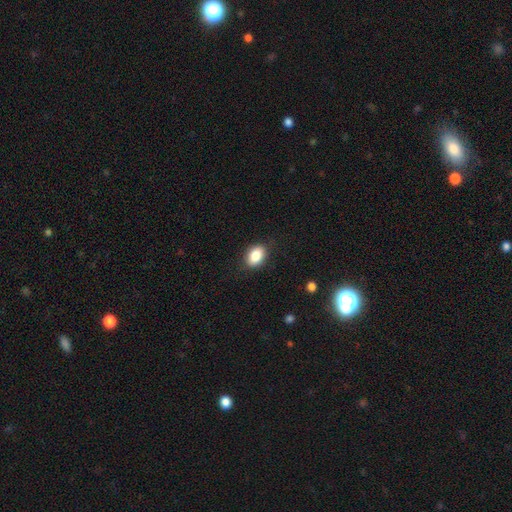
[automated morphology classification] smooth 87%, star or artifact 8%, featured or disk 6%. Down the decision tree: how rounded — in between (81%); merging — none (86%).